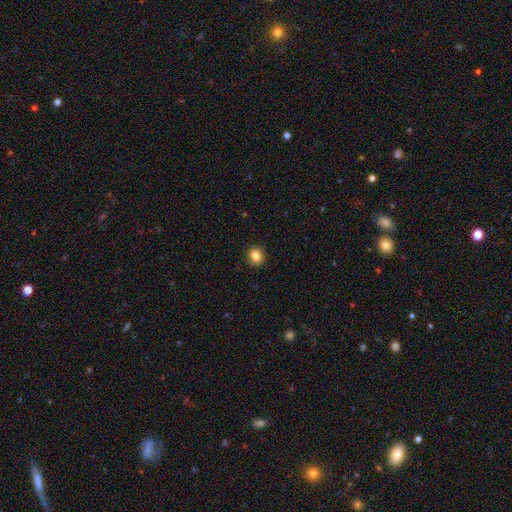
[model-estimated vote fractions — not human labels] The model was most divided on "how rounded": round: 76%, in between: 23%, cigar-shaped: 1%. More confident: merging — none (91%); smooth or featured — smooth (85%).